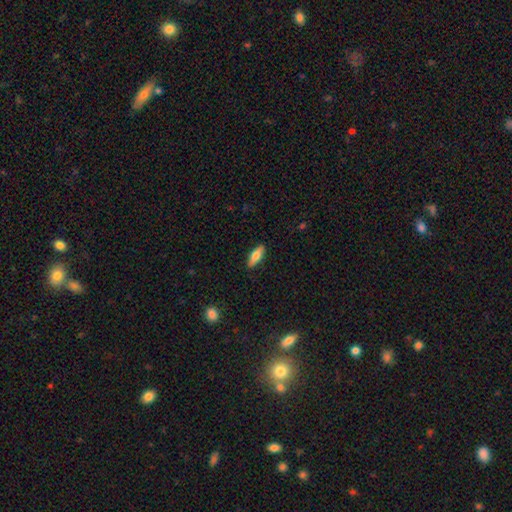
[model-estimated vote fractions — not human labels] Overall: smooth (69%). How rounded: in between (55%; cigar-shaped 43%). Merging: none (88%).